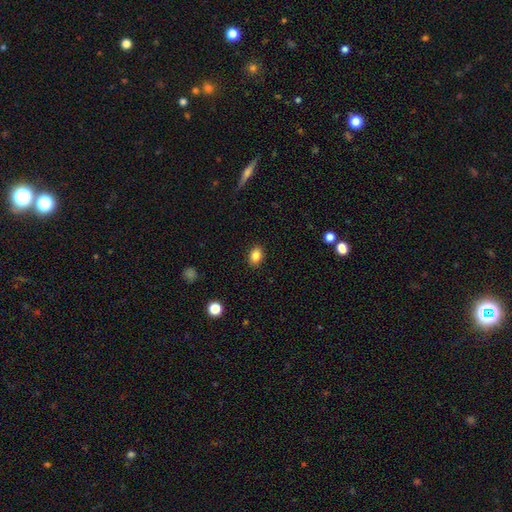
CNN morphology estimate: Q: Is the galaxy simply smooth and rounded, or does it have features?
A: smooth — 85%.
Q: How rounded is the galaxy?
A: in between — 76%.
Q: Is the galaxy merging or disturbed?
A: none — 89%.